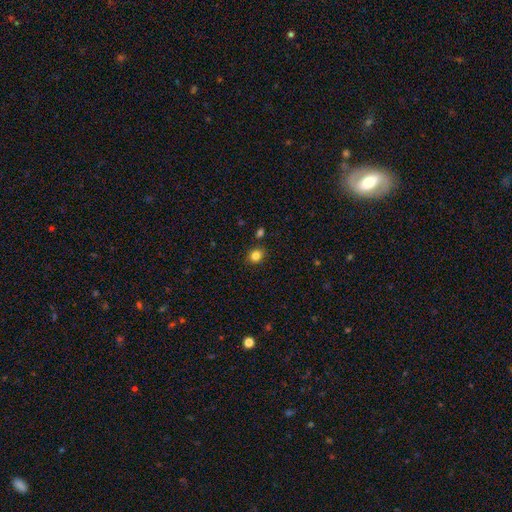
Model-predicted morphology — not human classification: type=smooth (83%); roundness=round (66%); merging=none (86%).